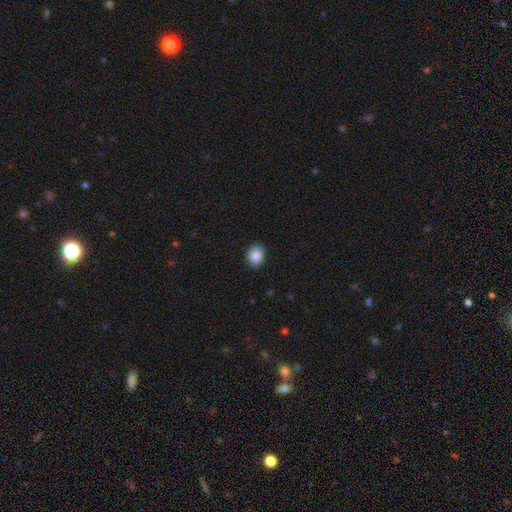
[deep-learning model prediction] This appears to be a smooth galaxy with no disk features (88%) that is round (50%). Merging: none (87%).